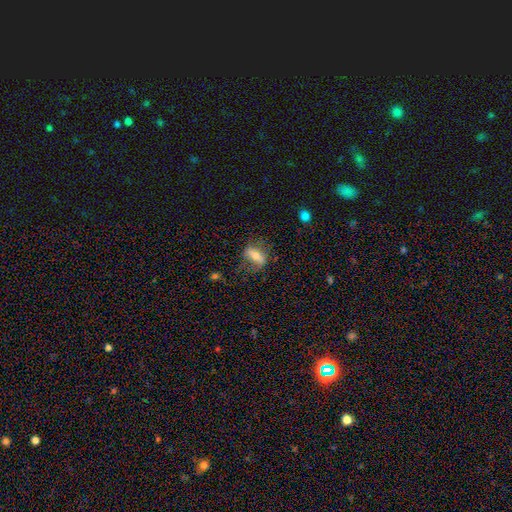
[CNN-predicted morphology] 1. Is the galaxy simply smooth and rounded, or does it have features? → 51% smooth, 40% featured or disk, 9% star or artifact.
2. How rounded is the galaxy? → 72% in between, 17% cigar-shaped, 11% round.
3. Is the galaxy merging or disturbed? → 59% none, 22% minor disturbance, 17% major disturbance, 2% merger.